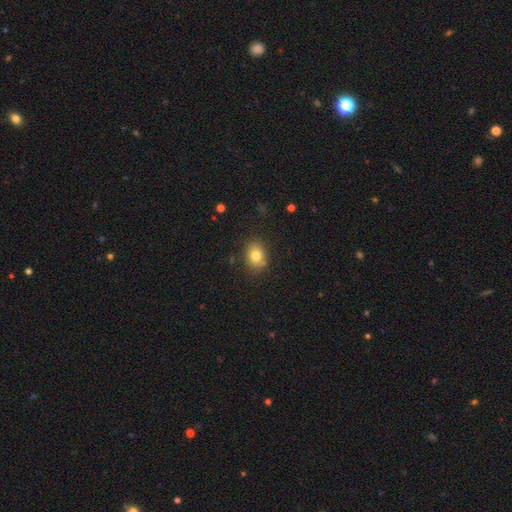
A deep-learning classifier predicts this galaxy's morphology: A smooth galaxy with no disk features (79%) that is in between round and cigar-shaped (56%). Merging: none (80%).